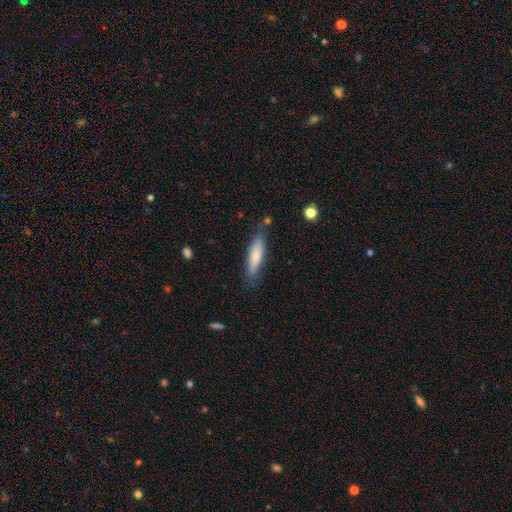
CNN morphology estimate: Smooth or featured? Predicted: smooth (p=0.77). How rounded? Predicted: cigar-shaped (p=0.66). Merging? Predicted: none (p=0.78).